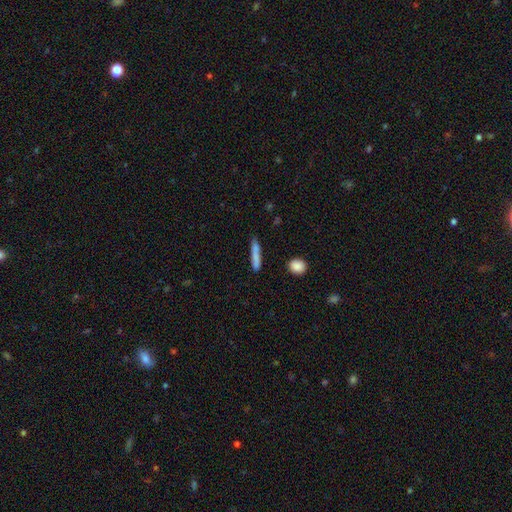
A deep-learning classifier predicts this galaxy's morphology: Smooth or featured? smooth (79%)
How rounded? cigar-shaped (91%)
Merging? none (77%)